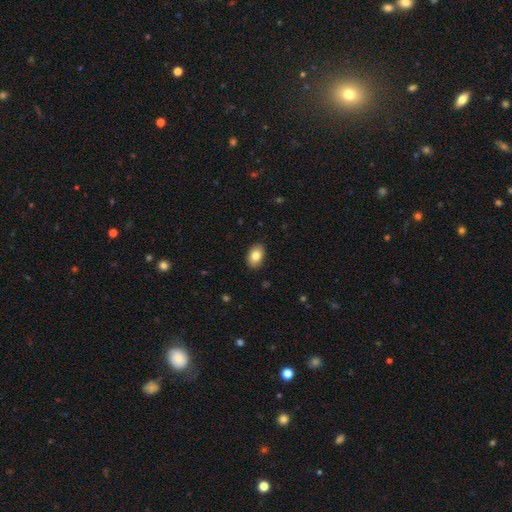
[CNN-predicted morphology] Overall: smooth (82%). How rounded: in between (85%). Merging: none (89%).